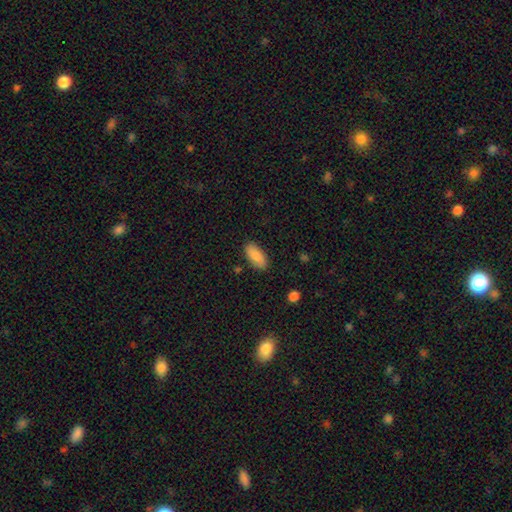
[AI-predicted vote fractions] smooth_or_featured: smooth (p=0.88) [alt: star or artifact p=0.06]
how_rounded: in between (p=0.87) [alt: cigar-shaped p=0.11]
merging: none (p=0.87) [alt: minor disturbance p=0.10]